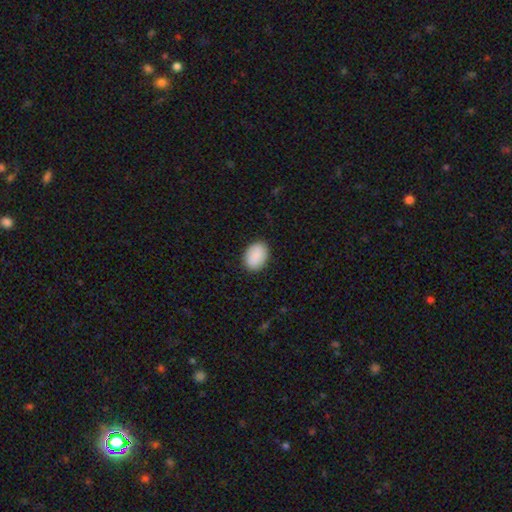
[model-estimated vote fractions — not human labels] Morphology: type=smooth (89%); roundness=in between (77%); merging=none (89%).